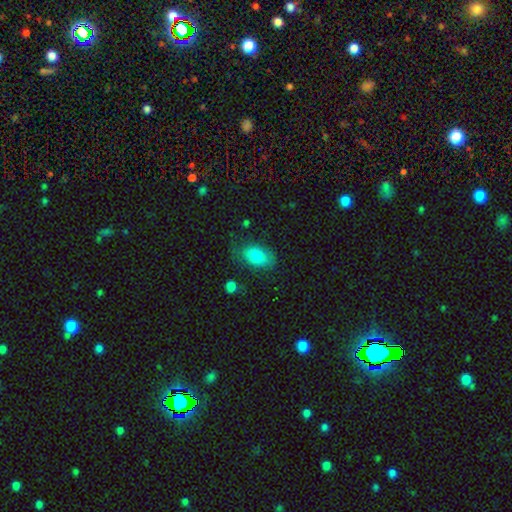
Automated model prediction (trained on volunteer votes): Q: Smooth or featured?
A: smooth (80%); runner-up: featured or disk (13%)
Q: How rounded?
A: in between (90%); runner-up: round (8%)
Q: Merging?
A: none (62%); runner-up: minor disturbance (25%)